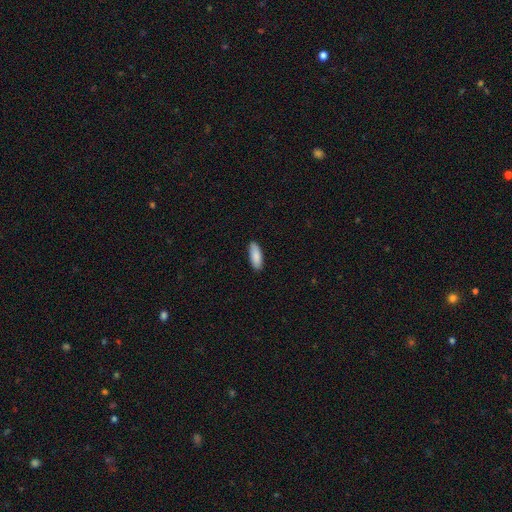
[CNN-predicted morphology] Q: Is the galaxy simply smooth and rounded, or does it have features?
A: smooth — 89%.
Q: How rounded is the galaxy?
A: in between — 68%.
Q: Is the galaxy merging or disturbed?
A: none — 89%.